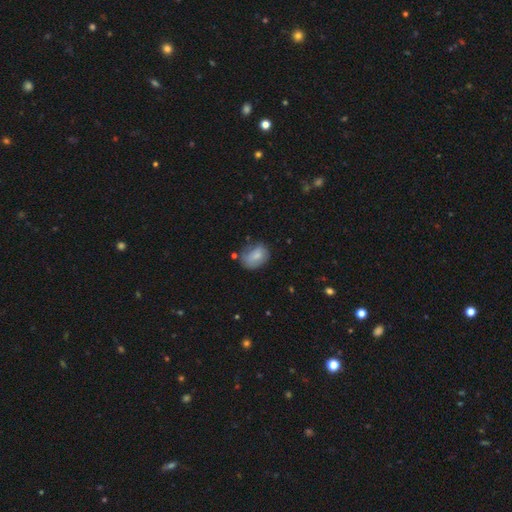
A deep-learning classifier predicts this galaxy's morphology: smooth 73%, featured or disk 18%, star or artifact 8%. Down the decision tree: how rounded — in between (74%); merging — none (53%).